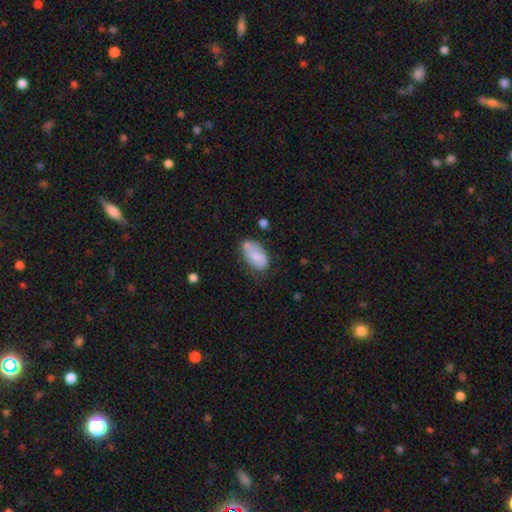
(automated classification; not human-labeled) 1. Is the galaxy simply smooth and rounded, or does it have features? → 71% smooth, 21% featured or disk, 7% star or artifact.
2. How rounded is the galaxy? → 93% in between, 5% round, 2% cigar-shaped.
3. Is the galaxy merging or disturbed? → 47% none, 30% minor disturbance, 13% merger, 10% major disturbance.